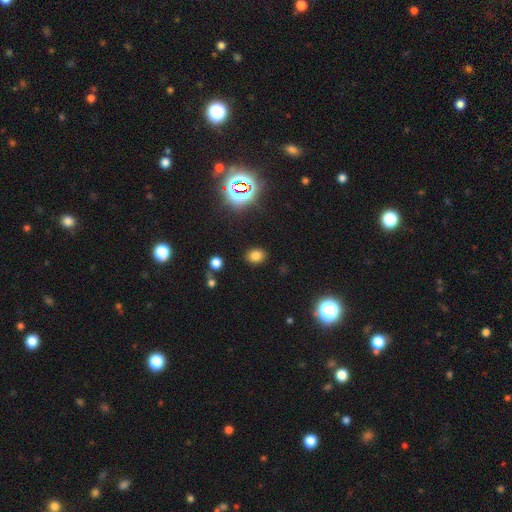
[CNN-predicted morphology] smooth-or-featured: smooth: 74% | star or artifact: 20% | featured or disk: 7%
  how-rounded: in between: 55% | round: 43% | cigar-shaped: 1%
  merging: none: 86% | minor disturbance: 9% | major disturbance: 3% | merger: 2%